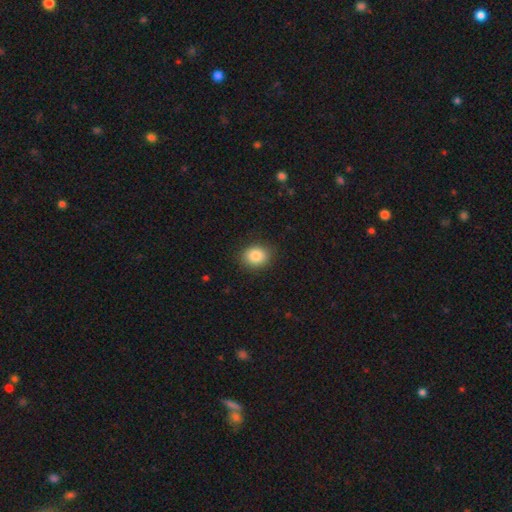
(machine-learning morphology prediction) A smooth galaxy with no disk features (86%) that is round (58%). Merging: none (88%).